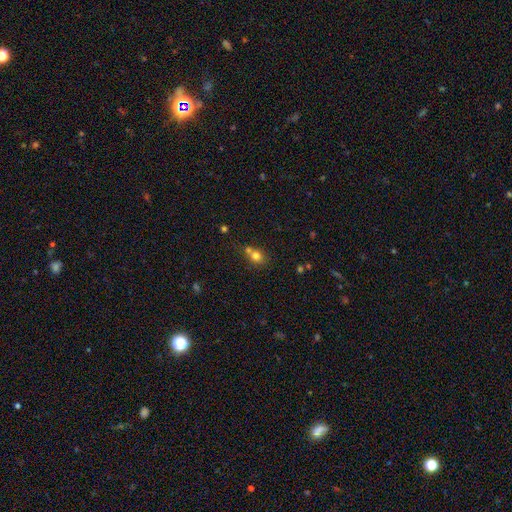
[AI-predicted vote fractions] Smooth or featured? Predicted: smooth (p=0.75). How rounded? Predicted: round (p=0.70). Merging? Predicted: none (p=0.44).